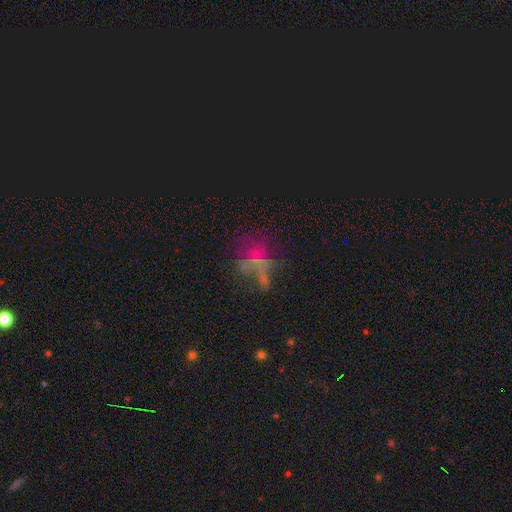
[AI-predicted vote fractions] This is marginally a featured or disk galaxy (41%). Merging: marginally none (40%).